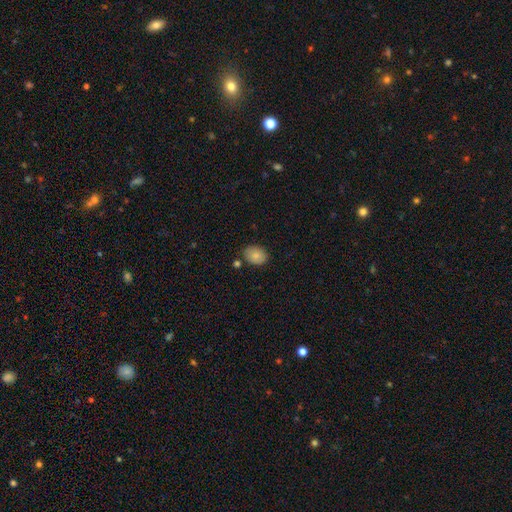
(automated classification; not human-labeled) Morphology: type=smooth (84%); roundness=in between (72%); merging=none (75%).